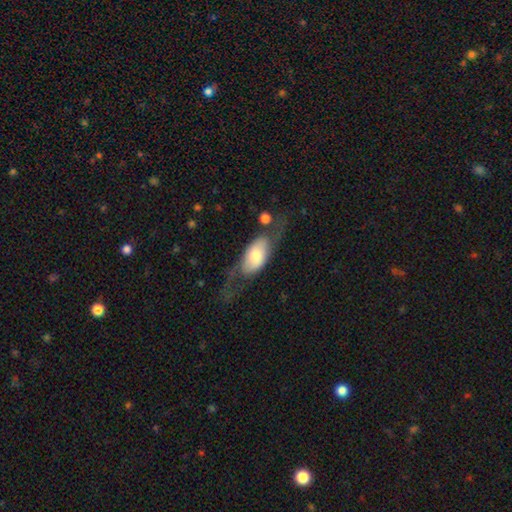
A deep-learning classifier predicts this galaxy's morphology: Smooth or featured?
  - smooth: 53% *
  - featured or disk: 41%
  - star or artifact: 6%
How rounded?
  - in between: 86% *
  - cigar-shaped: 9%
  - round: 5%
Merging?
  - none: 44% *
  - major disturbance: 29%
  - minor disturbance: 21%
  - merger: 6%